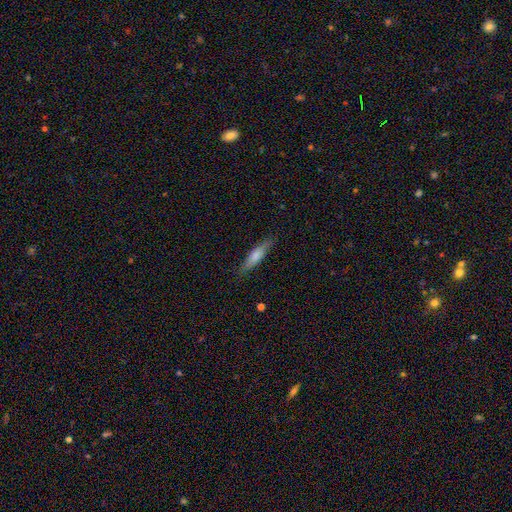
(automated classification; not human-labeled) A smooth galaxy with no disk features (68%) that is cigar-shaped (75%). Merging: none (84%).